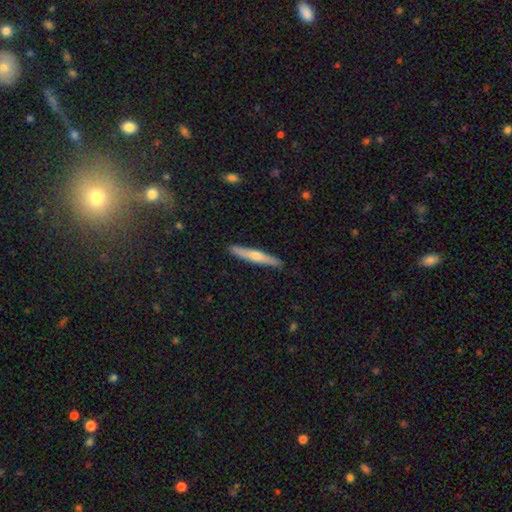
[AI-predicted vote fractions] This is possibly a featured or disk galaxy (55%). It is clearly viewed edge-on (95%). Edge-on bulge: clearly rounded (82%). Merging: clearly none (90%).